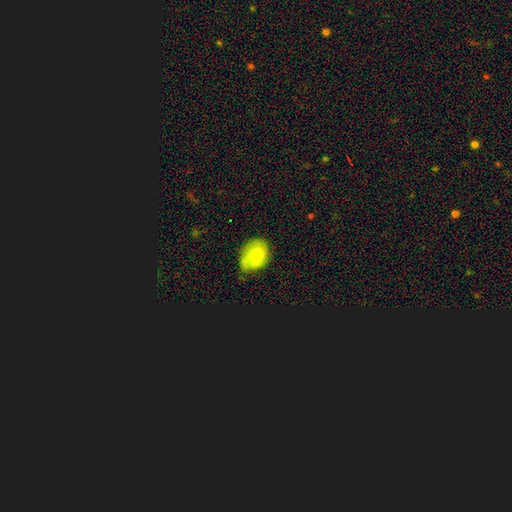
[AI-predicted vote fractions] Q: Smooth or featured?
A: smooth (67%); runner-up: featured or disk (25%)
Q: How rounded?
A: in between (58%); runner-up: round (41%)
Q: Merging?
A: none (51%); runner-up: minor disturbance (37%)